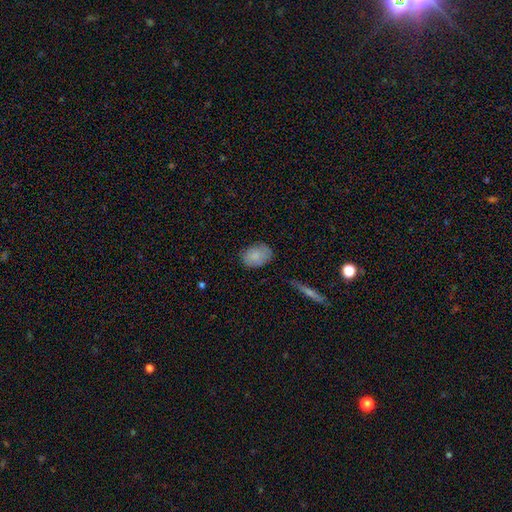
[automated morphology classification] smooth-or-featured: smooth: 83% | featured or disk: 10% | star or artifact: 7%
  how-rounded: in between: 76% | round: 23% | cigar-shaped: 1%
  merging: none: 74% | minor disturbance: 20% | major disturbance: 5% | merger: 2%